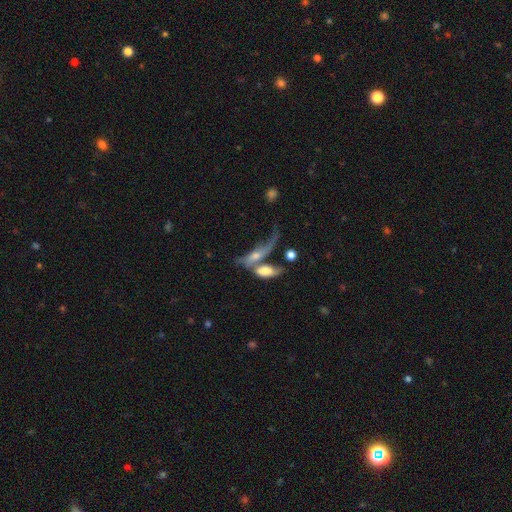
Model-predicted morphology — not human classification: Smooth or featured: featured or disk — 46% (smooth — 44%)
Merging: merger — 59% (none — 16%)